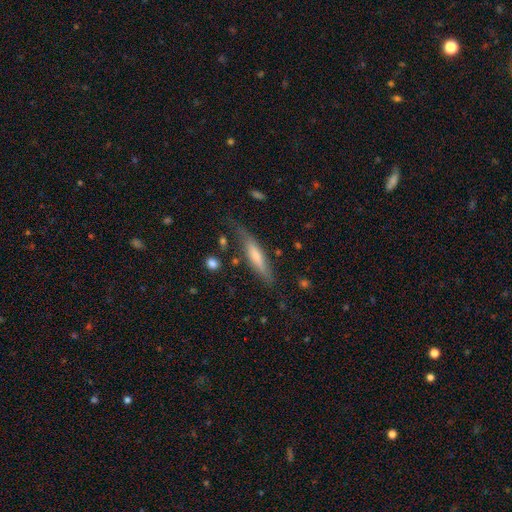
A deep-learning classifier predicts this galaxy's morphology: smooth-or-featured: smooth: 48% | featured or disk: 45% | star or artifact: 7%
  merging: none: 69% | minor disturbance: 21% | major disturbance: 6% | merger: 3%